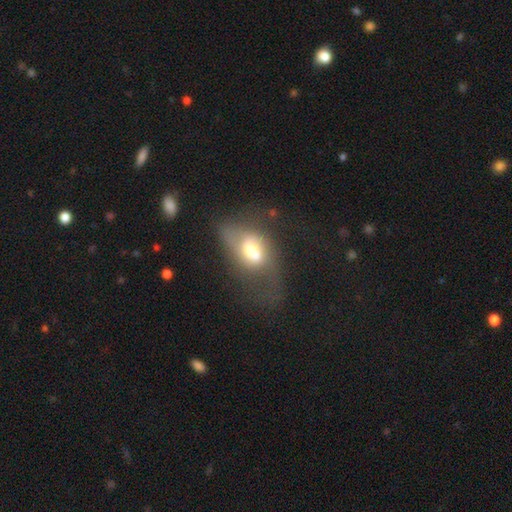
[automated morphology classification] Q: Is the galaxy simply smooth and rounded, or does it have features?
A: smooth — 51%.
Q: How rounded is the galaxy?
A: in between — 78%.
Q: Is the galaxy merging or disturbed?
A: major disturbance — 37%.